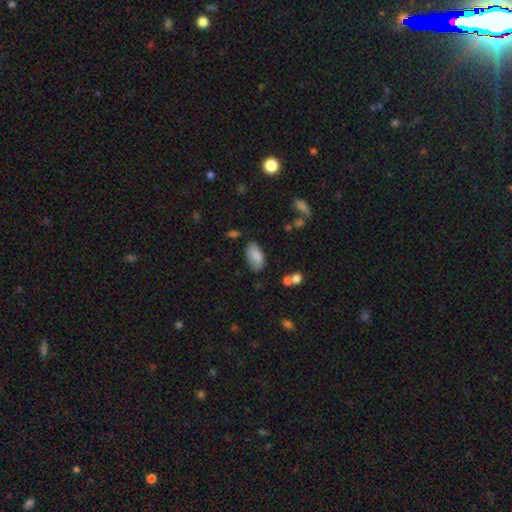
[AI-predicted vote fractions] A smooth galaxy with no disk features (85%) that is in between round and cigar-shaped (94%). Merging: none (73%).